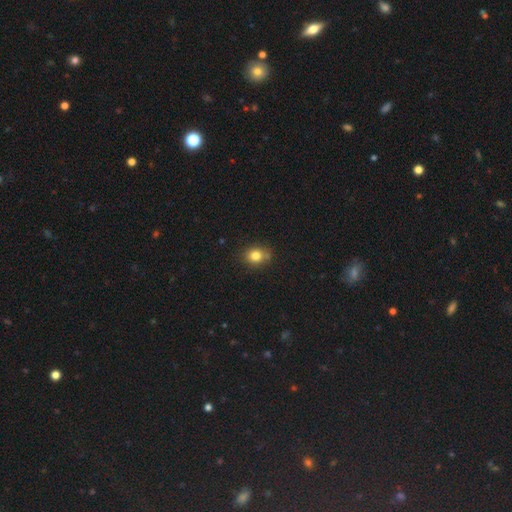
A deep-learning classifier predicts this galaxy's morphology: smooth_or_featured: smooth (p=0.81) [alt: star or artifact p=0.12]
how_rounded: round (p=0.60) [alt: in between p=0.39]
merging: none (p=0.74) [alt: minor disturbance p=0.18]